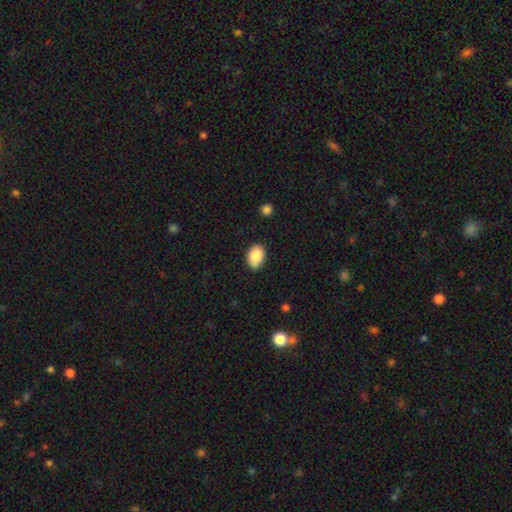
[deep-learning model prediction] This is clearly a smooth galaxy (86%). How rounded: clearly in between (85%). Merging: likely none (78%).